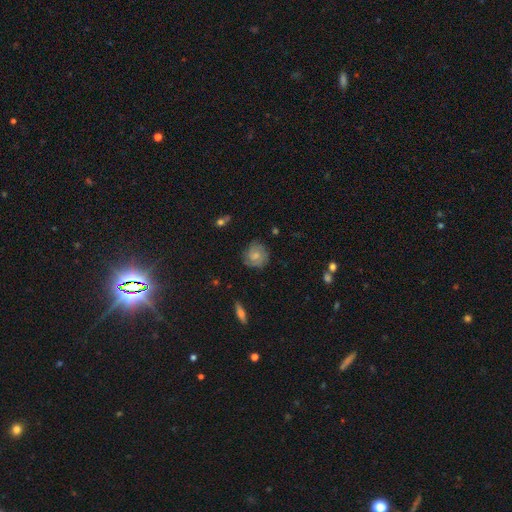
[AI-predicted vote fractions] The model was most divided on "smooth or featured": featured or disk: 50%, smooth: 41%, star or artifact: 9%. More confident: edge-on disk — no (96%); merging — none (77%).